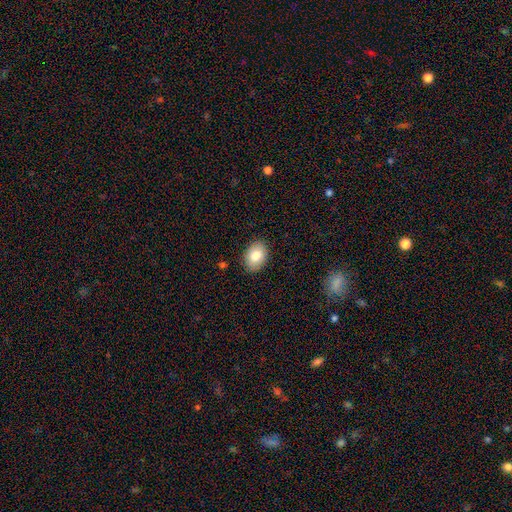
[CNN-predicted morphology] smooth-or-featured: smooth: 81% | featured or disk: 12% | star or artifact: 7%
  how-rounded: in between: 79% | round: 20% | cigar-shaped: 1%
  merging: none: 87% | minor disturbance: 10% | major disturbance: 2% | merger: 1%